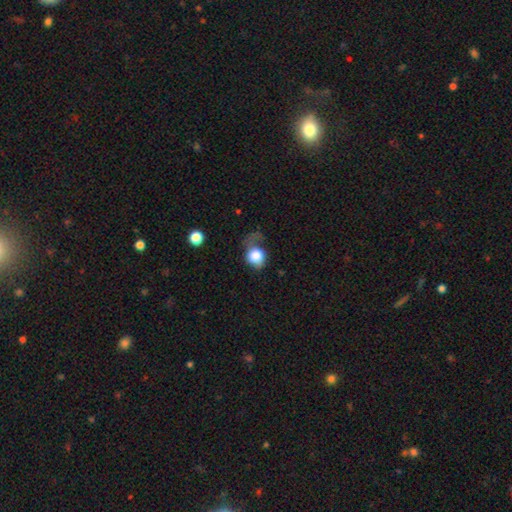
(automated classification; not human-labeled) Smooth or featured? smooth (80%)
How rounded? round (62%)
Merging? major disturbance (46%)